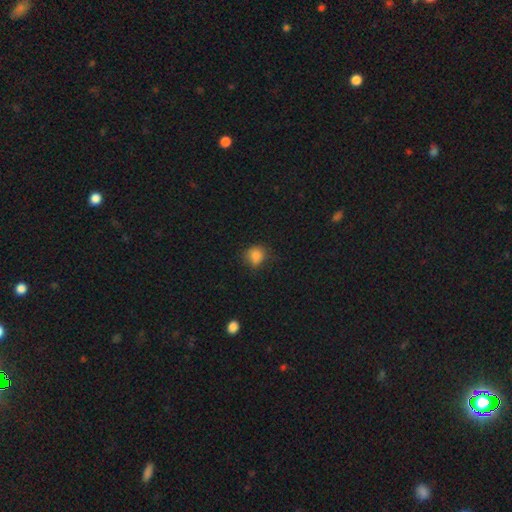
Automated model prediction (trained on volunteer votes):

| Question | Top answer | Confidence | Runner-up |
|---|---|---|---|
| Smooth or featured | smooth | 83% | star or artifact (11%) |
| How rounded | round | 73% | in between (26%) |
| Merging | none | 68% | minor disturbance (24%) |